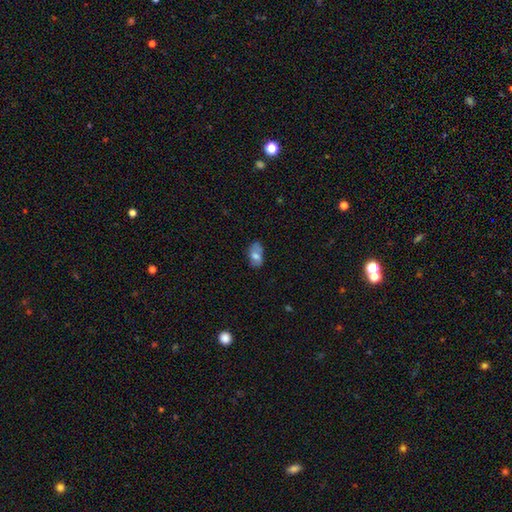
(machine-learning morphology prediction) This is likely a smooth galaxy (64%). How rounded: clearly in between (91%). Merging: possibly none (56%).